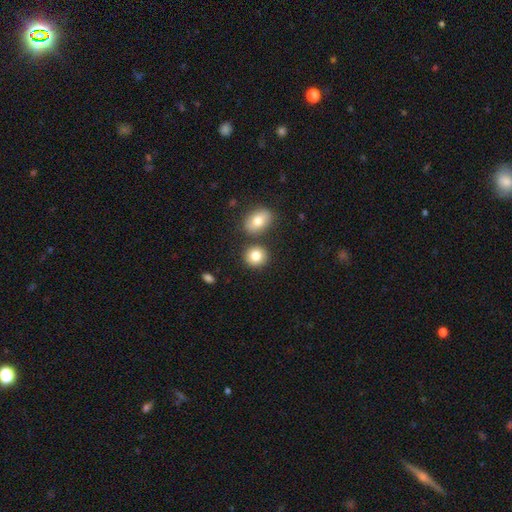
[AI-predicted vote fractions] smooth-or-featured: smooth: 82% | featured or disk: 10% | star or artifact: 9%
  how-rounded: round: 77% | in between: 22% | cigar-shaped: 1%
  merging: none: 76% | merger: 13% | minor disturbance: 9% | major disturbance: 3%